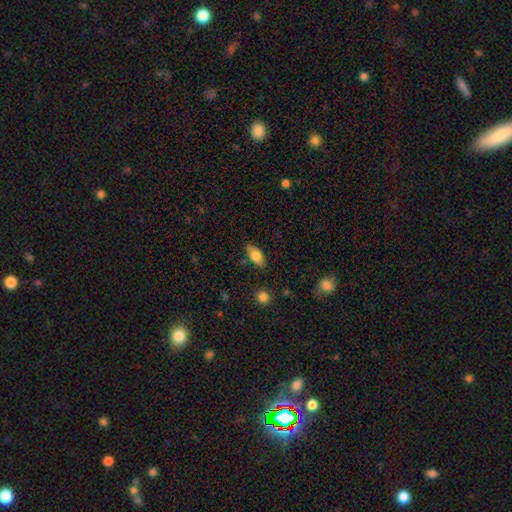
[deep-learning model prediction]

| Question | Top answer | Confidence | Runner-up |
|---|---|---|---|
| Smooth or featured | smooth | 79% | featured or disk (13%) |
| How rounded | in between | 88% | cigar-shaped (8%) |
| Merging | none | 80% | minor disturbance (15%) |